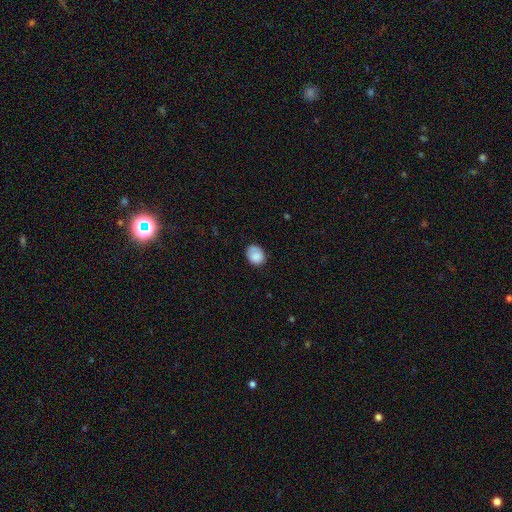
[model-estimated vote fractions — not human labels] smooth 85%, star or artifact 8%, featured or disk 7%. Down the decision tree: how rounded — round (53%); merging — none (73%).